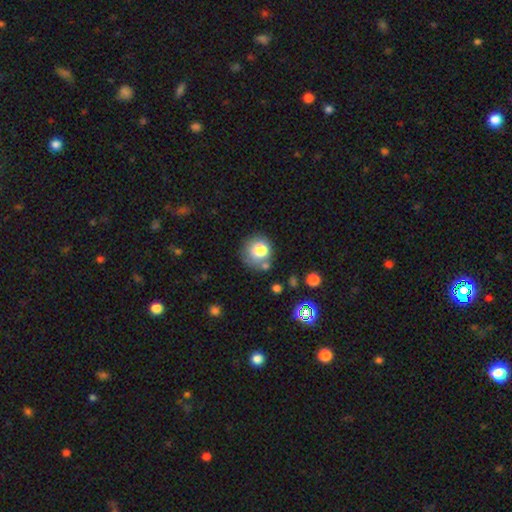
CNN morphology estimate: The model was most divided on "smooth or featured": smooth: 75%, star or artifact: 14%, featured or disk: 11%. More confident: how rounded — round (90%); merging — none (77%).